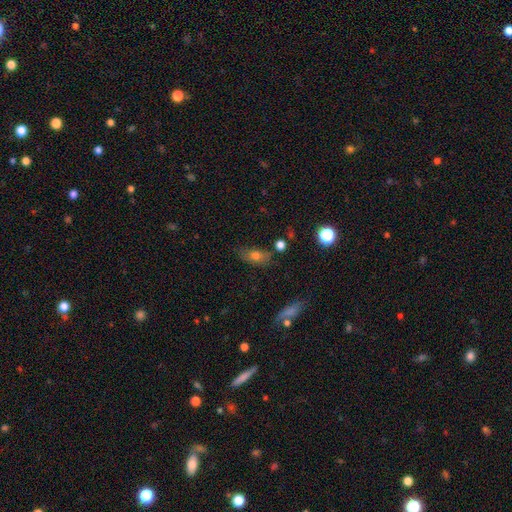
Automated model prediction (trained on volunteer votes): Smooth or featured? Predicted: smooth (p=0.72). How rounded? Predicted: in between (p=0.79). Merging? Predicted: none (p=0.68).